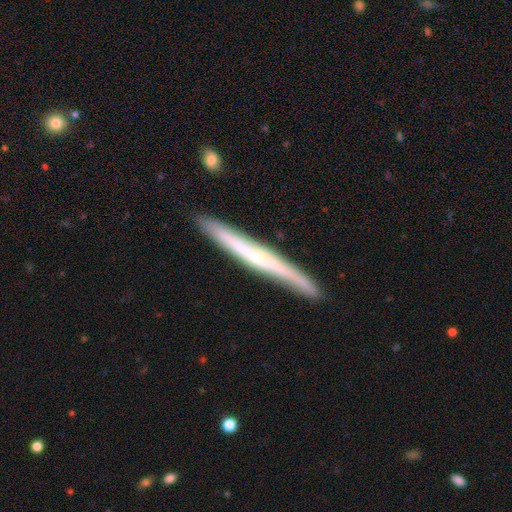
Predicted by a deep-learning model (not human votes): Smooth or featured?
  - featured or disk: 65% *
  - smooth: 29%
  - star or artifact: 6%
Edge-on disk?
  - yes: 93% *
  - no: 7%
Edge-on bulge?
  - none: 54% *
  - rounded: 39%
  - boxy: 7%
Merging?
  - none: 86% *
  - minor disturbance: 10%
  - major disturbance: 2%
  - merger: 2%